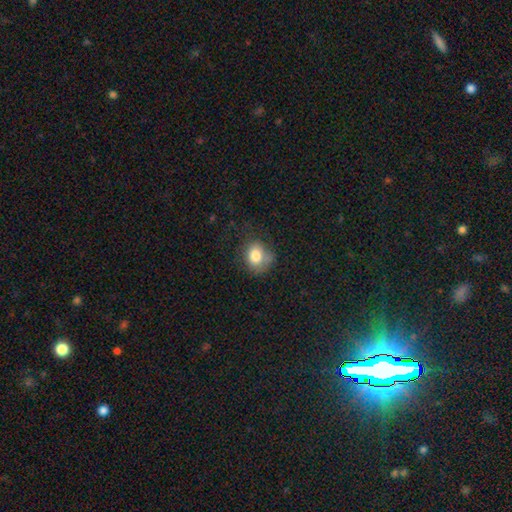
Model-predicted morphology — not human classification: This is likely a smooth galaxy (80%). How rounded: likely round (61%). Merging: possibly none (57%).